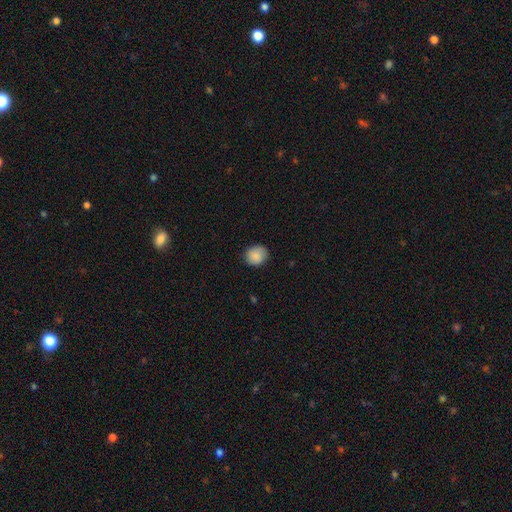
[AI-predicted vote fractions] Morphology: type=smooth (87%); roundness=round (78%); merging=none (85%).